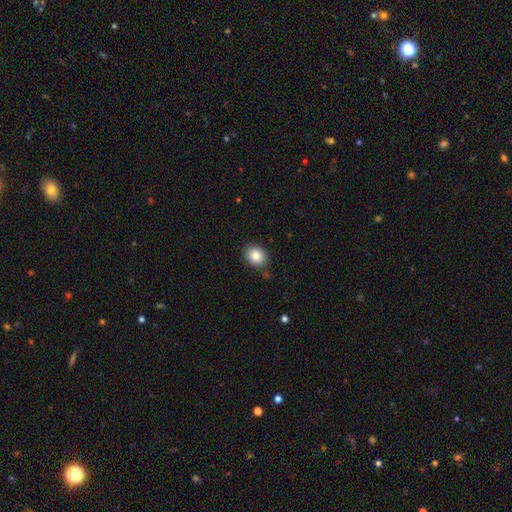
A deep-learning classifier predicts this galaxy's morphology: The model was most divided on "how rounded": round: 52%, in between: 48%, cigar-shaped: 1%. More confident: smooth or featured — smooth (84%); merging — none (84%).